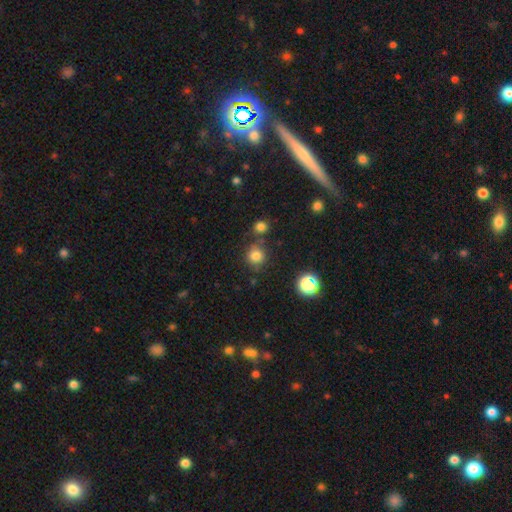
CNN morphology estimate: smooth 79%, star or artifact 15%, featured or disk 6%. Down the decision tree: how rounded — round (89%); merging — none (75%).